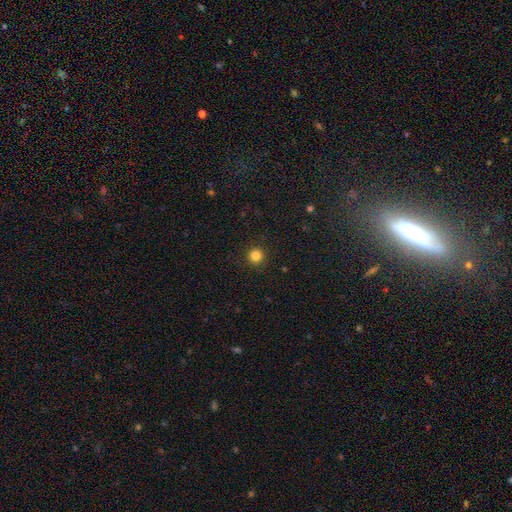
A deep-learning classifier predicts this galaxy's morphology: Overall: smooth (84%). How rounded: round (95%). Merging: none (92%).